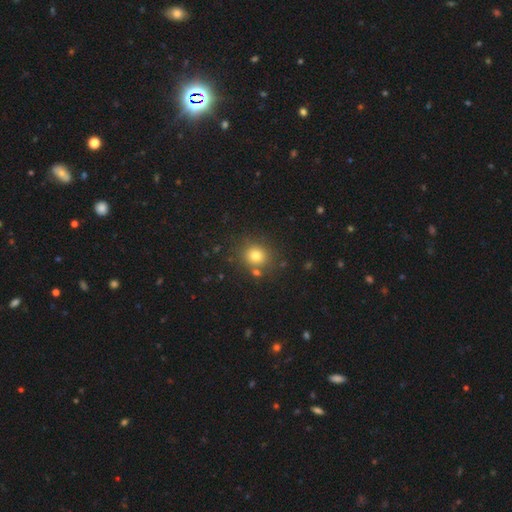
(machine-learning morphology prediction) This is likely a smooth galaxy (77%). How rounded: clearly round (84%). Merging: likely none (80%).